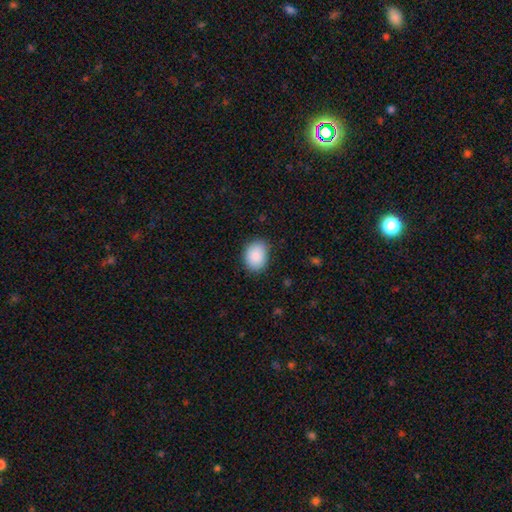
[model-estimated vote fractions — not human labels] smooth 89%, star or artifact 7%, featured or disk 4%. Down the decision tree: how rounded — in between (68%); merging — none (82%).